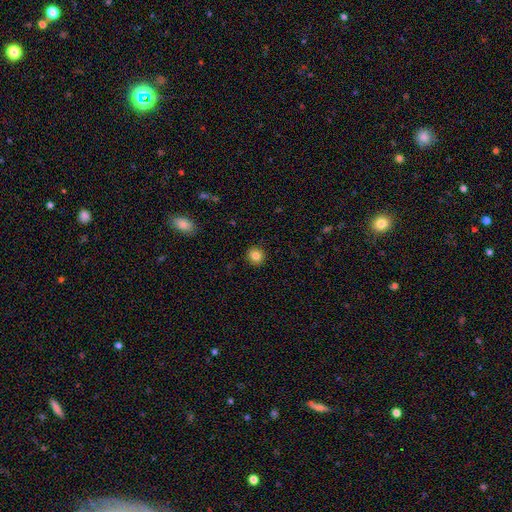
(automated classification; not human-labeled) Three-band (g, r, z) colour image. It shows a smooth galaxy with no disk features (84%) that is round (88%). Merging: none (92%).